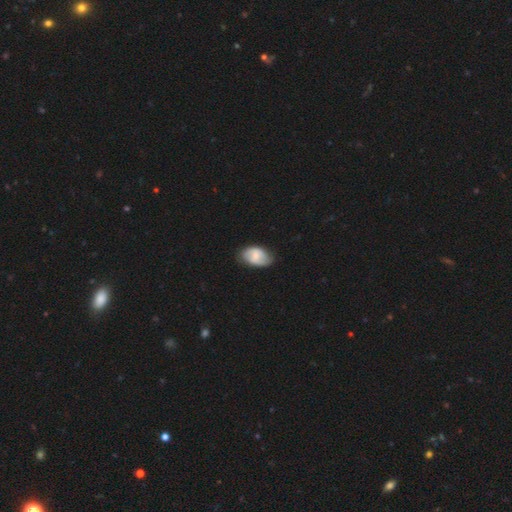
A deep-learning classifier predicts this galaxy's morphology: Overall: smooth (52%; featured or disk 41%). How rounded: in between (90%). Merging: none (73%).